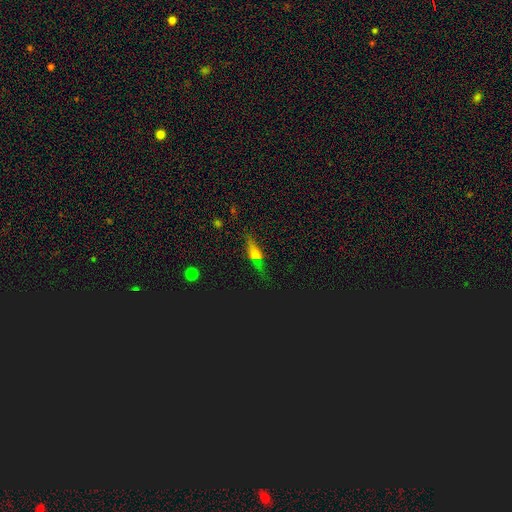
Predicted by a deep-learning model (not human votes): featured or disk 39%, smooth 37%, star or artifact 24%. Down the decision tree: merging — none (82%).